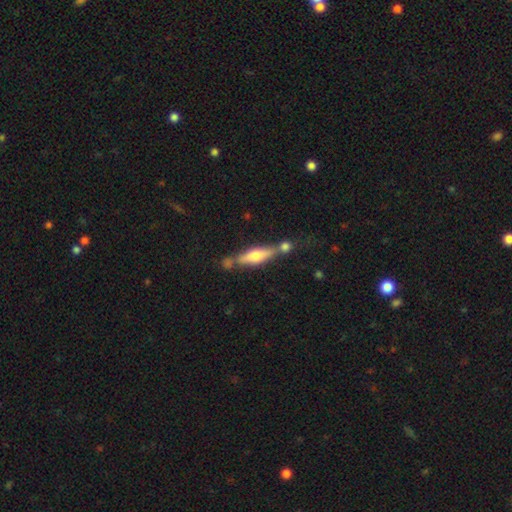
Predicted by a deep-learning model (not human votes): Smooth or featured? featured or disk (49%)
Merging? none (53%)